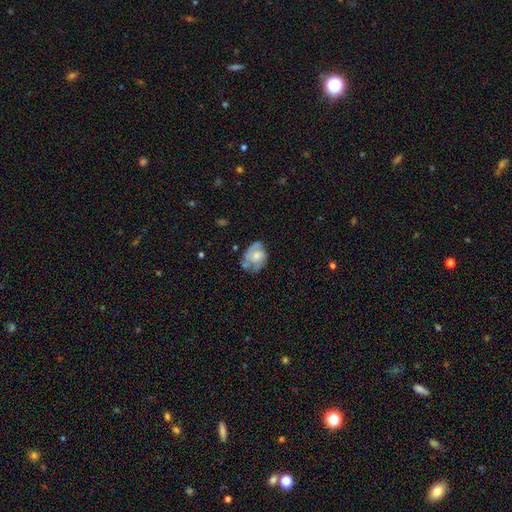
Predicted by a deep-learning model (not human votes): Smooth or featured?
  - featured or disk: 54% *
  - smooth: 38%
  - star or artifact: 8%
Edge-on disk?
  - no: 97% *
  - yes: 3%
Bar?
  - no: 75% *
  - weak: 22%
  - strong: 4%
Spiral arms?
  - yes: 66% *
  - no: 34%
Bulge size?
  - moderate: 48% *
  - small: 31%
  - none: 10%
  - large: 9%
  - dominant: 2%
Merging?
  - none: 48% *
  - minor disturbance: 30%
  - major disturbance: 17%
  - merger: 5%